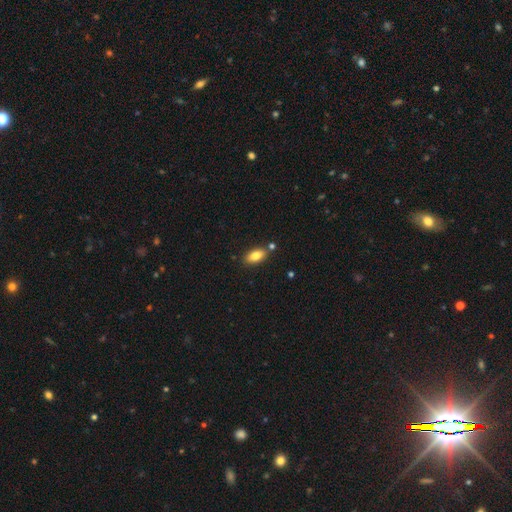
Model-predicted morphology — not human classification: The model was most divided on "merging": none: 79%, minor disturbance: 11%, merger: 7%, major disturbance: 2%. More confident: how rounded — in between (89%); smooth or featured — smooth (81%).